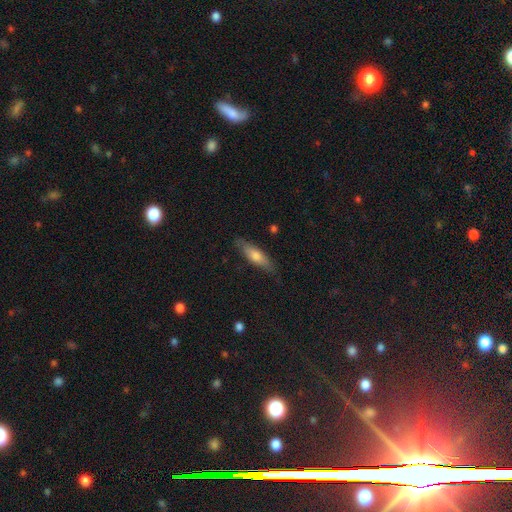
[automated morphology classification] A smooth galaxy with no disk features (64%) that is cigar-shaped (61%). Merging: none (81%).